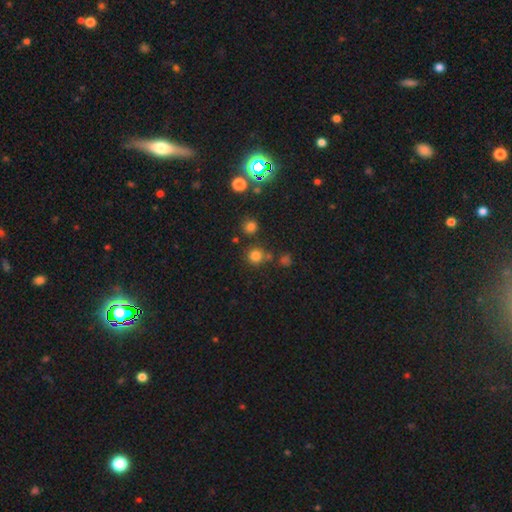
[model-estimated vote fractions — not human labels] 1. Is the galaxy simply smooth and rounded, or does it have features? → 77% smooth, 18% star or artifact, 5% featured or disk.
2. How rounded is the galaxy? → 92% round, 7% in between, 1% cigar-shaped.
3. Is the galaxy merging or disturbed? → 76% none, 11% merger, 9% minor disturbance, 4% major disturbance.